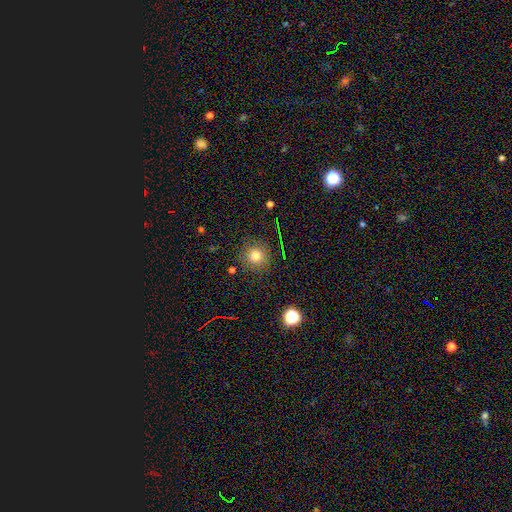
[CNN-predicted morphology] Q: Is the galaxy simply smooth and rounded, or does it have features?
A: smooth — 75%.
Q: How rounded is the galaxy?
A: round — 94%.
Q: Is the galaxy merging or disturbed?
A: none — 87%.